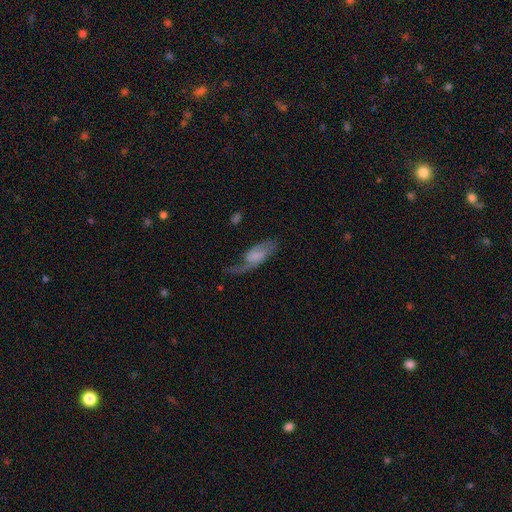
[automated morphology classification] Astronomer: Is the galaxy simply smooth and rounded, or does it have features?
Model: featured or disk — 60%.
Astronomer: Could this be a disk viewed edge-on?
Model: no — 89%.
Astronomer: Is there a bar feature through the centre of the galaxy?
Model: no — 43% (runner-up: weak, 42%).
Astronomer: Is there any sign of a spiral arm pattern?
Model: yes — 85%.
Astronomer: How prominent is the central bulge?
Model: none — 46% (runner-up: small, 26%).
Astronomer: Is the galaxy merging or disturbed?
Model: none — 39% (runner-up: major disturbance, 33%).